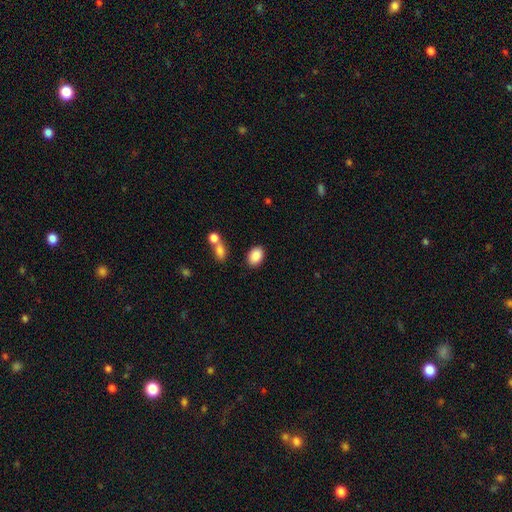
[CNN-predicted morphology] type=smooth (88%); roundness=in between (82%); merging=none (83%).